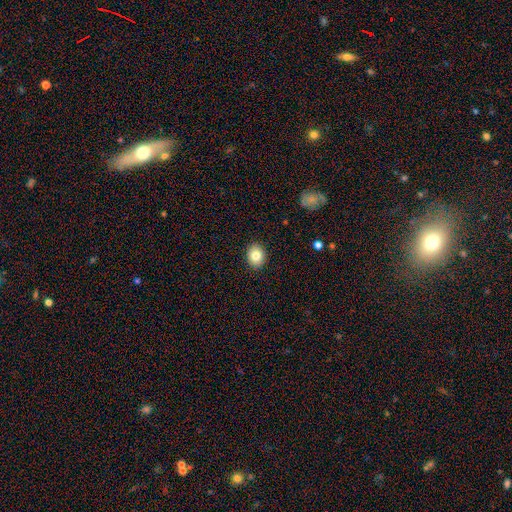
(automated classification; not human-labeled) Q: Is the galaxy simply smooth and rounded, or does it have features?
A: smooth — 82%.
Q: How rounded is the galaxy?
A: round — 51%.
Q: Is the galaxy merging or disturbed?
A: none — 91%.